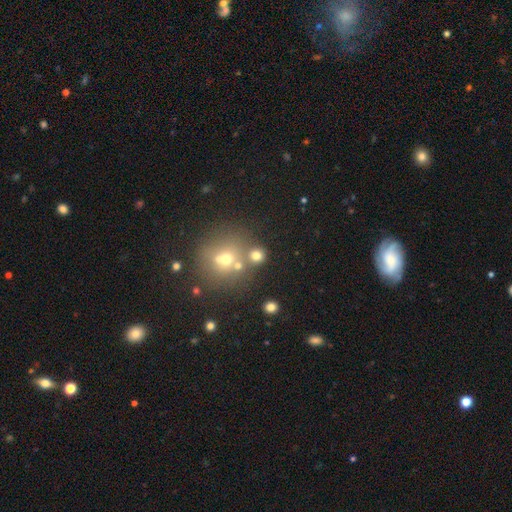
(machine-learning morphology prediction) type=smooth (56%); roundness=round (86%); merging=none (61%).